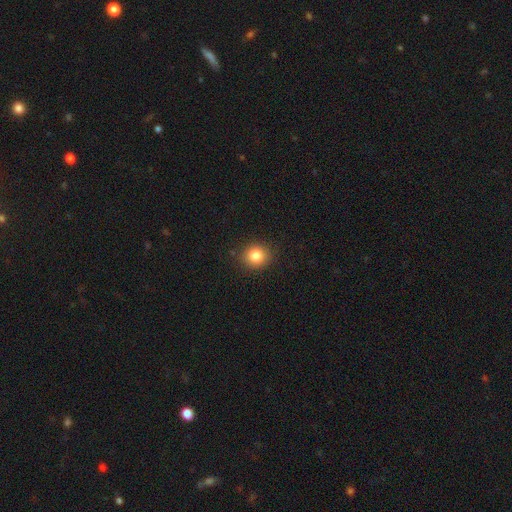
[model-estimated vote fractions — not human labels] smooth 83%, star or artifact 11%, featured or disk 6%. Down the decision tree: how rounded — round (83%); merging — none (89%).